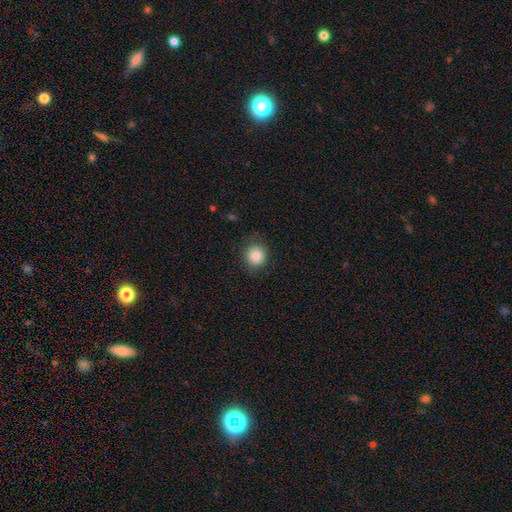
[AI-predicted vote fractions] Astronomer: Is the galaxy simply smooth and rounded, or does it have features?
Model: smooth — 85%.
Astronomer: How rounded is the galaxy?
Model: round — 90%.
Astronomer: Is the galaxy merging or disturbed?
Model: none — 86%.